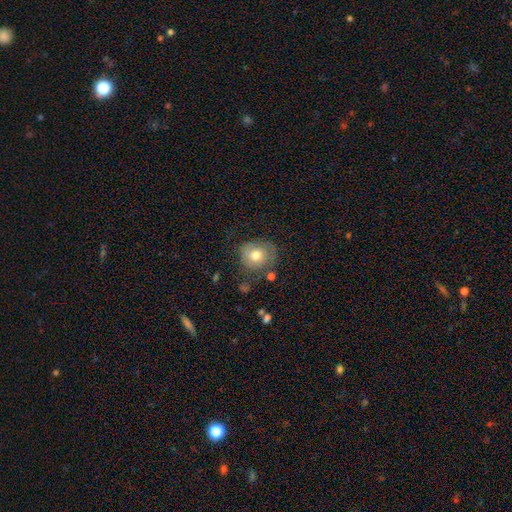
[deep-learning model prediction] The model was most divided on "merging": none: 64%, minor disturbance: 22%, major disturbance: 9%, merger: 4%. More confident: how rounded — round (80%); smooth or featured — smooth (69%).